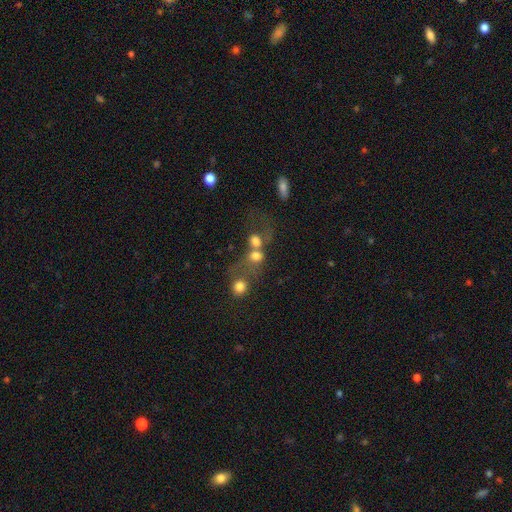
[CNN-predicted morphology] Q: Smooth or featured?
A: smooth (69%); runner-up: featured or disk (17%)
Q: How rounded?
A: round (67%); runner-up: in between (31%)
Q: Merging?
A: merger (62%); runner-up: none (20%)